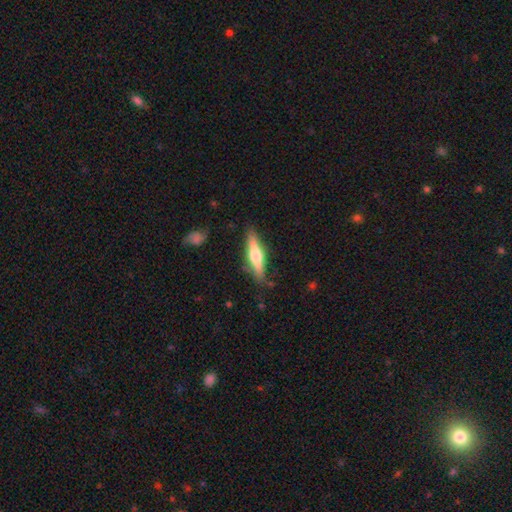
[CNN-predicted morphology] The model was most divided on "smooth or featured": featured or disk: 52%, smooth: 43%, star or artifact: 6%. More confident: edge-on disk — yes (94%); merging — none (83%).